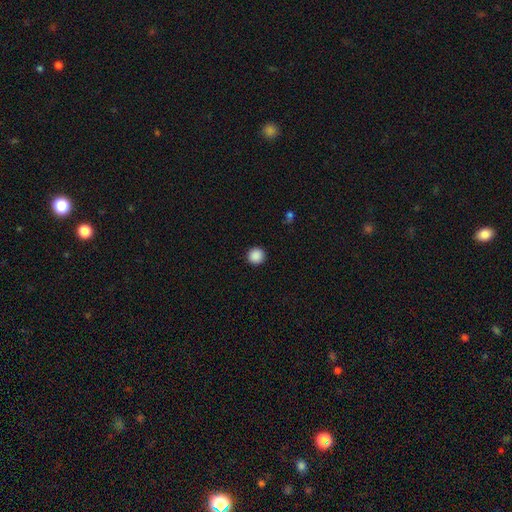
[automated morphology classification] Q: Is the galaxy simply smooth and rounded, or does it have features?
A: smooth — 89%.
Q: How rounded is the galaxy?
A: round — 96%.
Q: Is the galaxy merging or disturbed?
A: none — 93%.